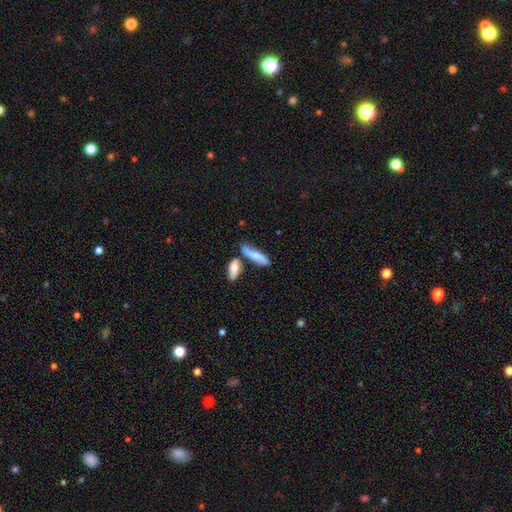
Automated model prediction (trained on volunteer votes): smooth_or_featured: smooth (p=0.65) [alt: featured or disk p=0.29]
how_rounded: cigar-shaped (p=0.54) [alt: in between p=0.43]
merging: none (p=0.51) [alt: merger p=0.26]